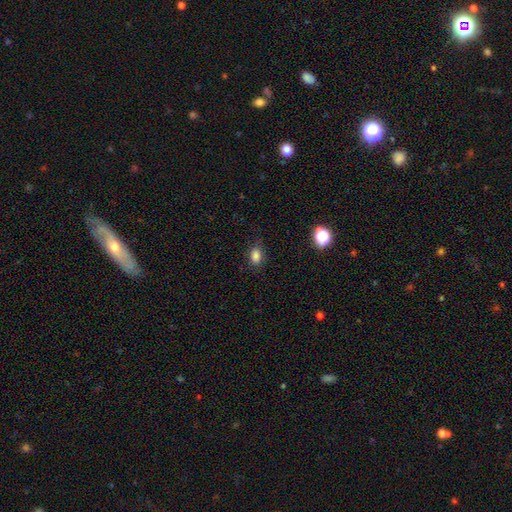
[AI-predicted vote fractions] Smooth or featured: smooth — 83% (star or artifact — 12%)
How rounded: in between — 79% (round — 19%)
Merging: none — 79% (minor disturbance — 15%)